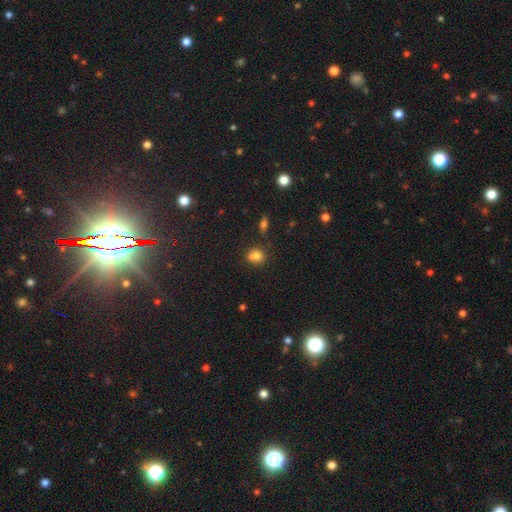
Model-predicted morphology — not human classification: Q: Smooth or featured?
A: smooth (74%); runner-up: star or artifact (14%)
Q: How rounded?
A: round (71%); runner-up: in between (28%)
Q: Merging?
A: none (49%); runner-up: merger (33%)